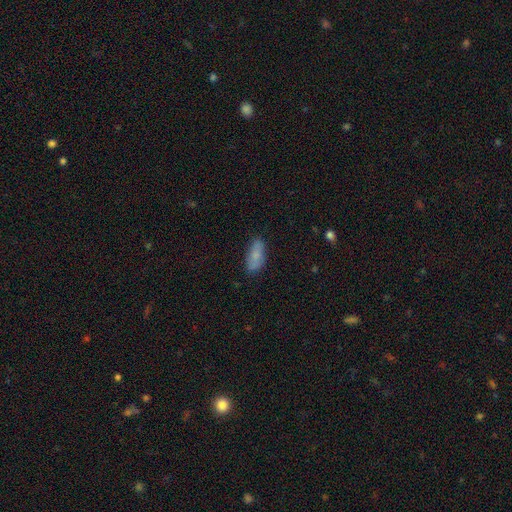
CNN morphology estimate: Smooth or featured? Predicted: smooth (p=0.82). How rounded? Predicted: in between (p=0.82). Merging? Predicted: none (p=0.80).